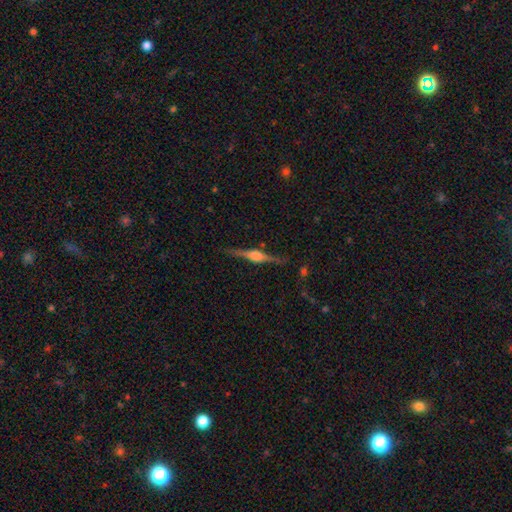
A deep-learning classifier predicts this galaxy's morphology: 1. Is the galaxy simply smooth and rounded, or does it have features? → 84% featured or disk, 10% smooth, 6% star or artifact.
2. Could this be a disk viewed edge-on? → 98% yes, 2% no.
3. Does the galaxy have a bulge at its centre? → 82% rounded, 15% boxy, 2% none.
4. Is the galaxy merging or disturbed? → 87% none, 9% minor disturbance, 2% major disturbance, 1% merger.